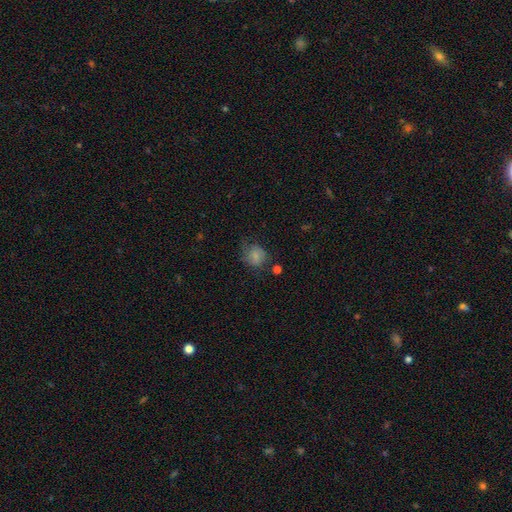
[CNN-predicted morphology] smooth_or_featured: smooth (p=0.73) [alt: featured or disk p=0.17]
how_rounded: round (p=0.69) [alt: in between p=0.30]
merging: none (p=0.48) [alt: minor disturbance p=0.30]